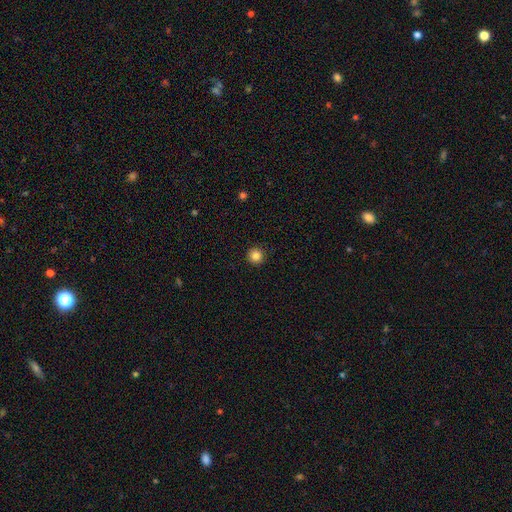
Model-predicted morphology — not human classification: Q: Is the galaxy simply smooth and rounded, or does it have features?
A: smooth — 85%.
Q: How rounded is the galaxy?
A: round — 96%.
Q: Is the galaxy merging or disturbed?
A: none — 92%.